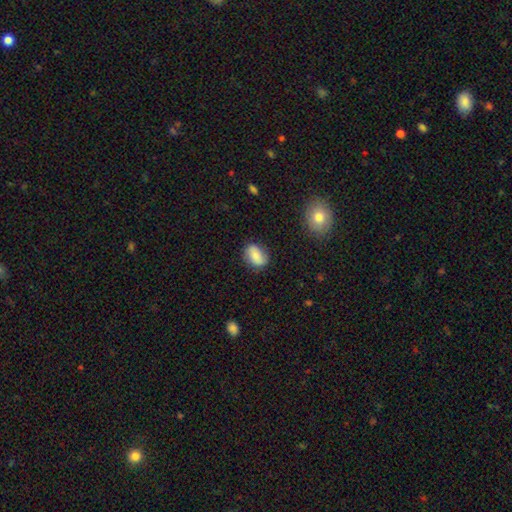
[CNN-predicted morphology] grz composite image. It shows a smooth galaxy with no disk features (72%) that is in between round and cigar-shaped (78%). Merging: none (78%).